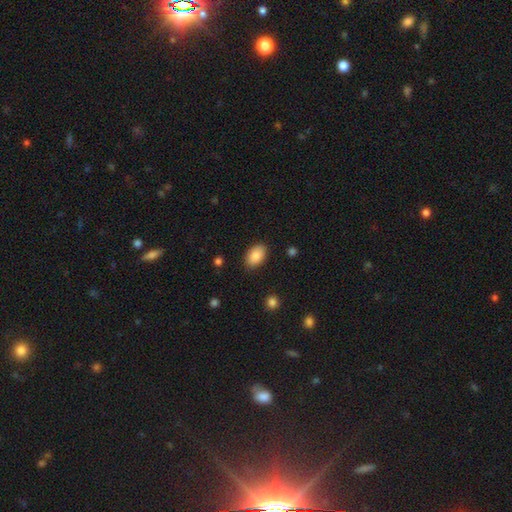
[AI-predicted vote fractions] A smooth galaxy with no disk features (87%) that is in between round and cigar-shaped (89%). Merging: none (87%).